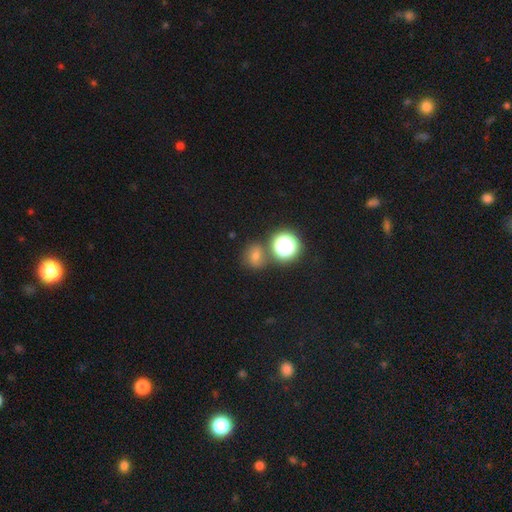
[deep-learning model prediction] smooth 54%, star or artifact 34%, featured or disk 11%. Down the decision tree: how rounded — round (71%); merging — none (73%).